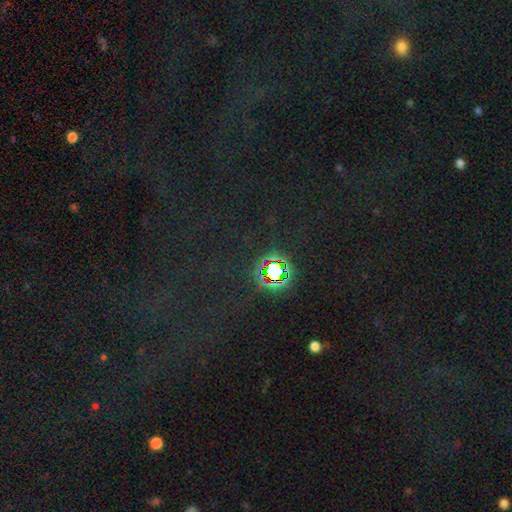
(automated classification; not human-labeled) This appears to be a star or artifact, not a galaxy (74%).